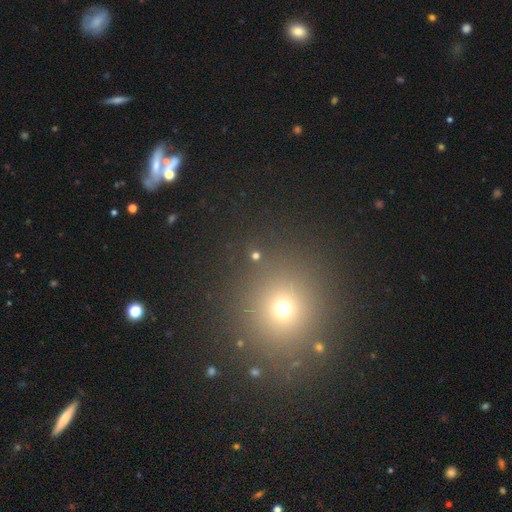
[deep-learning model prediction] Smooth or featured: smooth — 58% (star or artifact — 35%)
How rounded: round — 88% (in between — 11%)
Merging: none — 84% (minor disturbance — 6%)